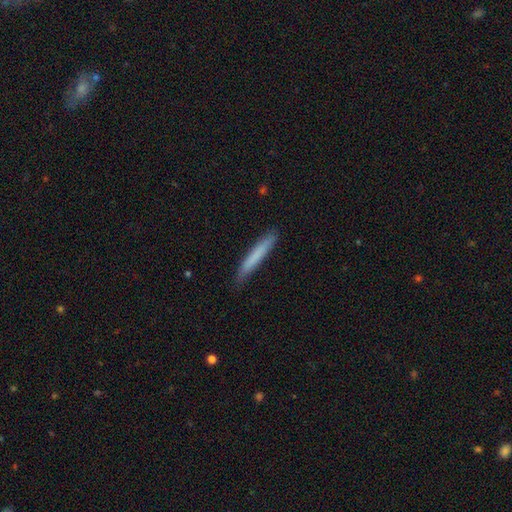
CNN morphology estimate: Smooth or featured: smooth — 74% (featured or disk — 20%)
How rounded: cigar-shaped — 95% (in between — 3%)
Merging: none — 85% (minor disturbance — 12%)